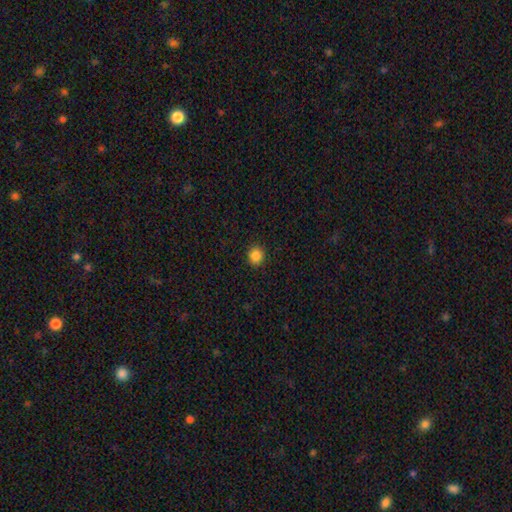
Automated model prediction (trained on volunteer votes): A smooth galaxy with no disk features (86%) that is round (89%).

Vote fractions:
- Smooth or featured? smooth: 86% / star or artifact: 11% / featured or disk: 3%
- How rounded? round: 89% / in between: 10% / cigar-shaped: 1%
- Merging? none: 92% / minor disturbance: 5% / major disturbance: 2% / merger: 1%